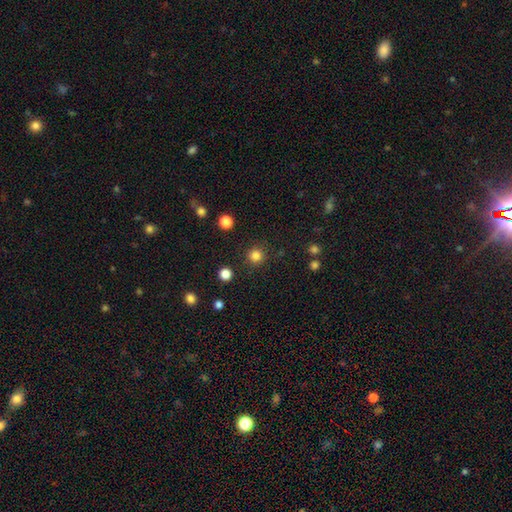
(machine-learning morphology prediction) Smooth or featured? smooth (82%)
How rounded? round (95%)
Merging? none (90%)